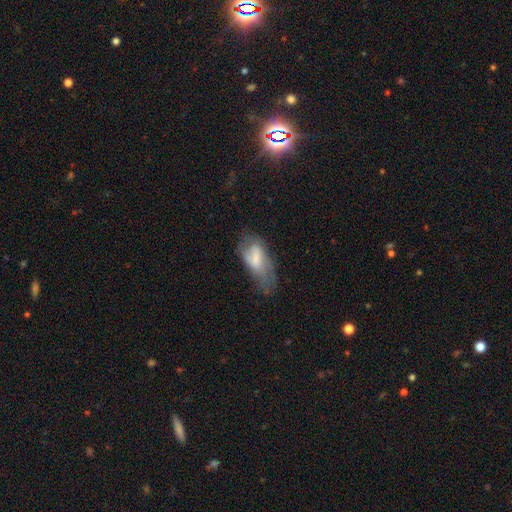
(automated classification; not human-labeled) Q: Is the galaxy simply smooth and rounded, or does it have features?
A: smooth — 50%.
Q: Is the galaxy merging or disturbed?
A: none — 40%.